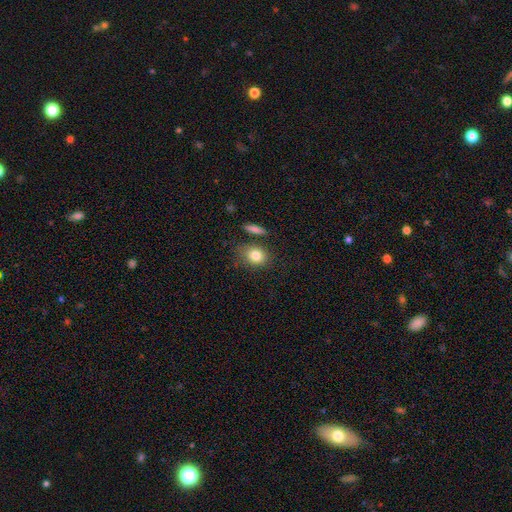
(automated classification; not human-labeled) A smooth galaxy with no disk features (83%) that is round (50%). Merging: none (69%).